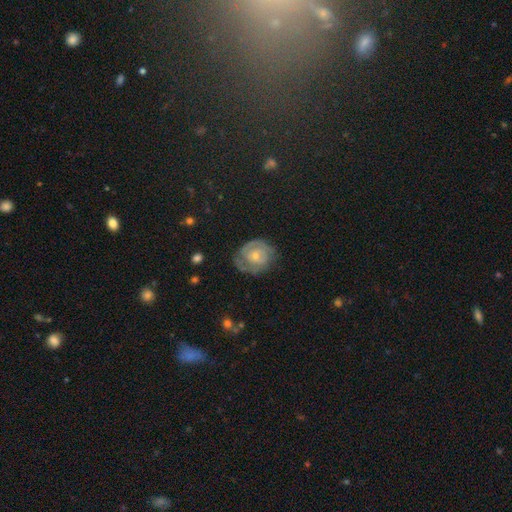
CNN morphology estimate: Smooth or featured? featured or disk (66%)
Edge-on disk? no (97%)
Bar? no (73%)
Spiral arms? yes (79%)
Spiral winding? tight (60%)
Spiral arm count? 2 (45%)
Bulge size? small (60%)
Merging? none (61%)